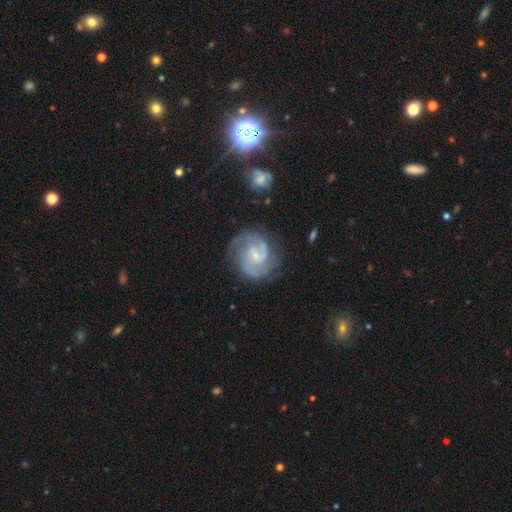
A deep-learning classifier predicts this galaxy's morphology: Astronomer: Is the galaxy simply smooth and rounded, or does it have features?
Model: featured or disk — 85%.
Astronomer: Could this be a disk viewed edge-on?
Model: no — 98%.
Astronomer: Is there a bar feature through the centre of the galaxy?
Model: no — 46%, tied with weak at 46%.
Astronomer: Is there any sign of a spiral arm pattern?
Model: yes — 96%.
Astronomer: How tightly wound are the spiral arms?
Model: medium — 48% (runner-up: tight, 38%).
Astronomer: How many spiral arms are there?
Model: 2 — 62%.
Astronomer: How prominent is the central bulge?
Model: small — 71%.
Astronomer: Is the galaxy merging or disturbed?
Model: none — 71%.